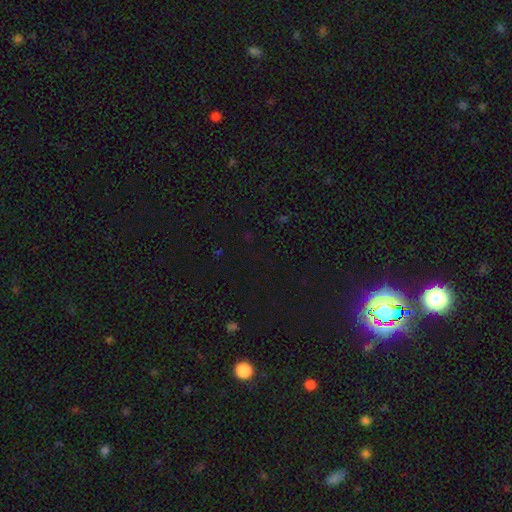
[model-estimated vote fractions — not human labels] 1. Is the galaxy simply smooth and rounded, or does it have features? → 71% star or artifact, 22% smooth, 7% featured or disk.